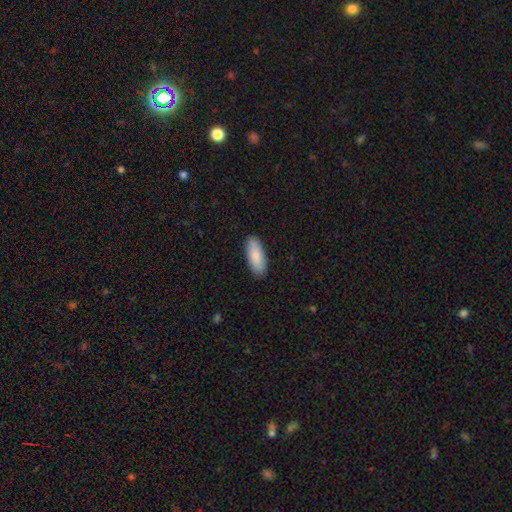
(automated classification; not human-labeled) smooth_or_featured: smooth (p=0.87) [alt: featured or disk p=0.07]
how_rounded: in between (p=0.77) [alt: cigar-shaped p=0.21]
merging: none (p=0.89) [alt: minor disturbance p=0.09]